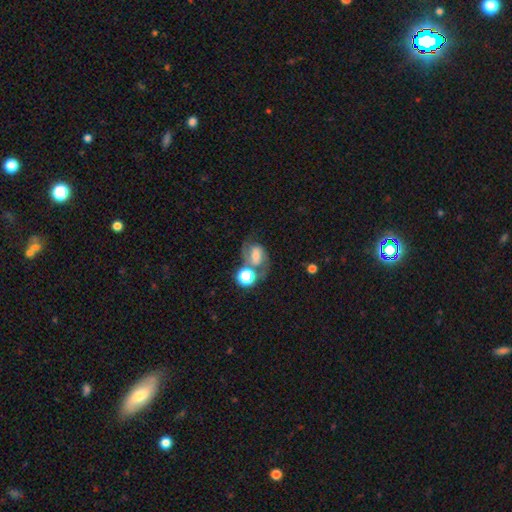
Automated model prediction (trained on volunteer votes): Smooth or featured? featured or disk (56%)
Edge-on disk? no (97%)
Bar? weak (42%)
Spiral arms? yes (87%)
Bulge size? moderate (36%)
Merging? none (48%)